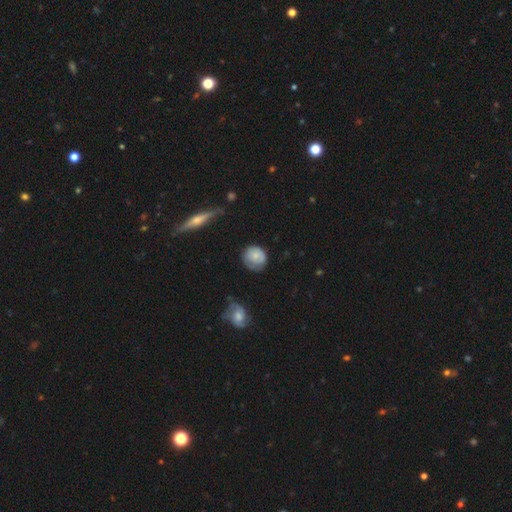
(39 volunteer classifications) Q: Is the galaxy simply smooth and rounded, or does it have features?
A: smooth — 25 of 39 (64%).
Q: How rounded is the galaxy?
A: round — 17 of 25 (68%).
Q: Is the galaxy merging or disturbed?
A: none — 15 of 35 (43%).